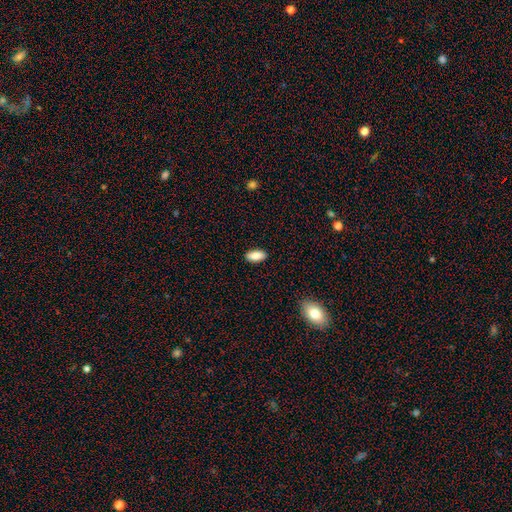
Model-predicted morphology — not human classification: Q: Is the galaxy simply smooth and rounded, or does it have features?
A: smooth — 85%.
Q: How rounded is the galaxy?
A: in between — 89%.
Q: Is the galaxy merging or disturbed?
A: none — 90%.